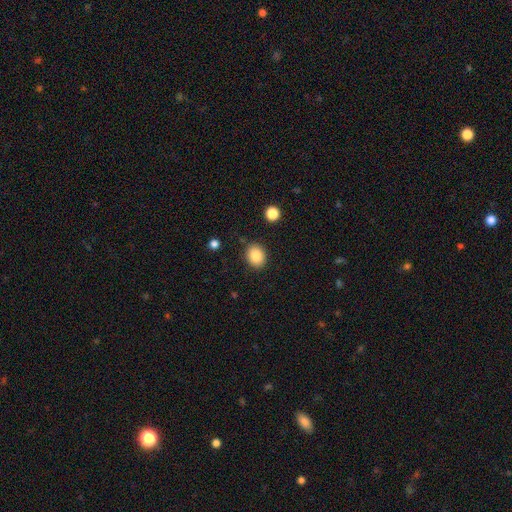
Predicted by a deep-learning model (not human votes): Smooth or featured? Predicted: smooth (p=0.86). How rounded? Predicted: round (p=0.54). Merging? Predicted: none (p=0.86).